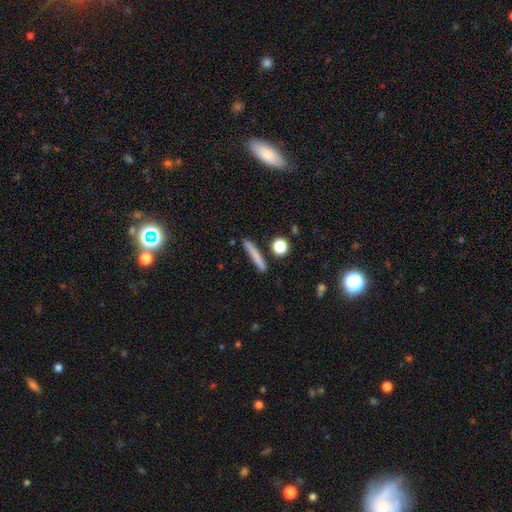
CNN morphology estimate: smooth 75%, featured or disk 16%, star or artifact 9%. Down the decision tree: how rounded — cigar-shaped (91%); merging — none (85%).